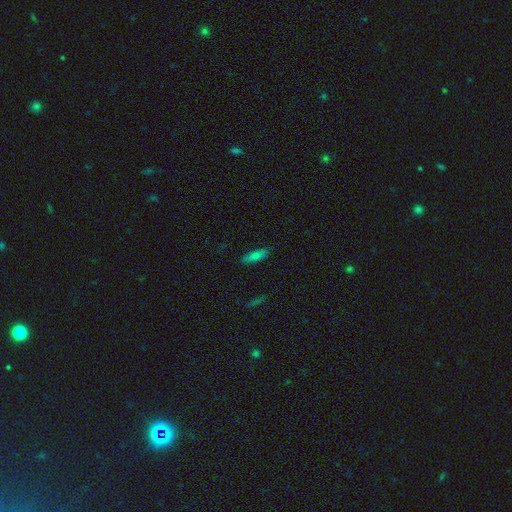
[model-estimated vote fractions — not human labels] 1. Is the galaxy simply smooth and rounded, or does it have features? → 74% smooth, 16% featured or disk, 10% star or artifact.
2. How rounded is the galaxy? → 52% in between, 46% cigar-shaped, 2% round.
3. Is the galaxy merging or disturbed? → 86% none, 11% minor disturbance, 2% major disturbance, 1% merger.